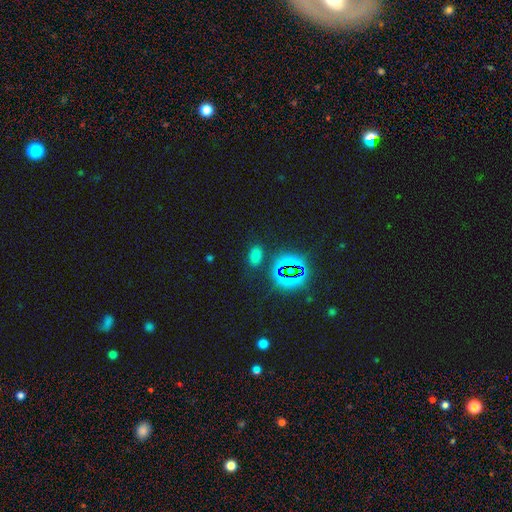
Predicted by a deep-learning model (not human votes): Smooth or featured: smooth — 62% (star or artifact — 33%)
How rounded: in between — 88% (round — 9%)
Merging: none — 82% (minor disturbance — 11%)